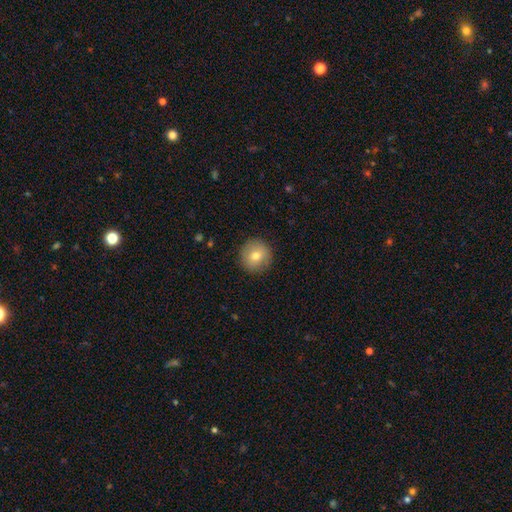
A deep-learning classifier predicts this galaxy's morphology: The model was most divided on "smooth or featured": smooth: 76%, featured or disk: 15%, star or artifact: 9%. More confident: how rounded — round (93%); merging — none (89%).